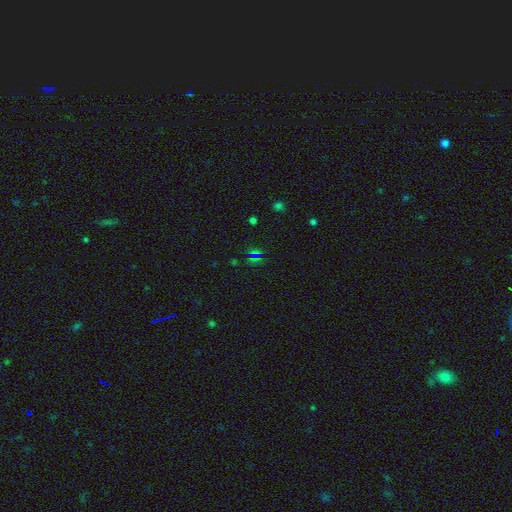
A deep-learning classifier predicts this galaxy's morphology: Smooth or featured? star or artifact (57%)